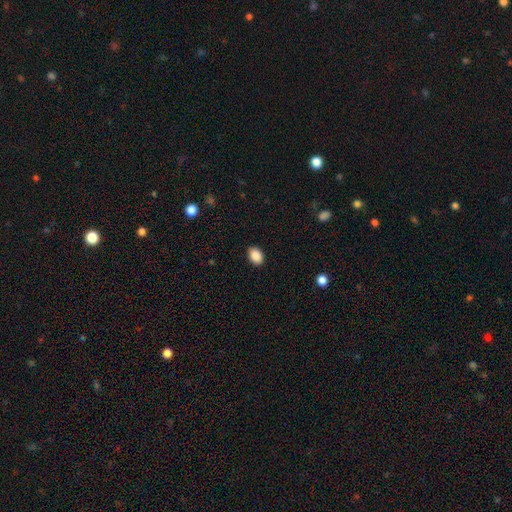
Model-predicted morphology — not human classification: A smooth galaxy with no disk features (89%) that is in between round and cigar-shaped (79%).

Vote fractions:
- Smooth or featured? smooth: 89% / star or artifact: 8% / featured or disk: 3%
- How rounded? in between: 79% / round: 20% / cigar-shaped: 1%
- Merging? none: 88% / minor disturbance: 8% / major disturbance: 2% / merger: 1%